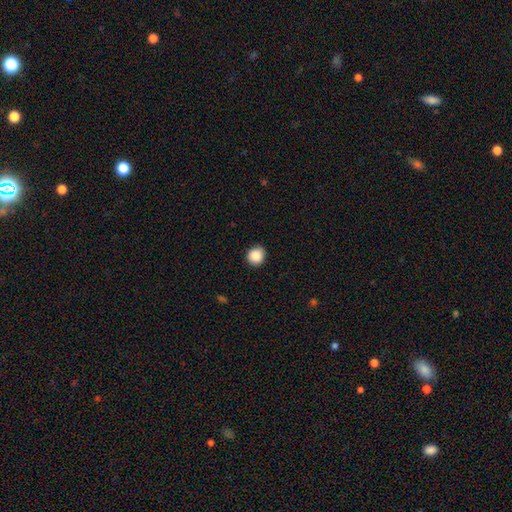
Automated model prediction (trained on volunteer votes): Smooth or featured: smooth — 88% (star or artifact — 9%)
How rounded: round — 85% (in between — 14%)
Merging: none — 87% (minor disturbance — 10%)